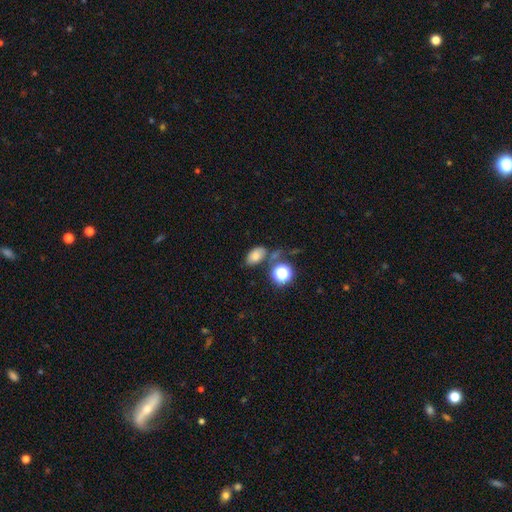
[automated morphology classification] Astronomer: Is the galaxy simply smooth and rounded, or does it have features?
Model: smooth — 73%.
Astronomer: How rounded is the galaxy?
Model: in between — 85%.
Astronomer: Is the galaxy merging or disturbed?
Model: none — 59%.